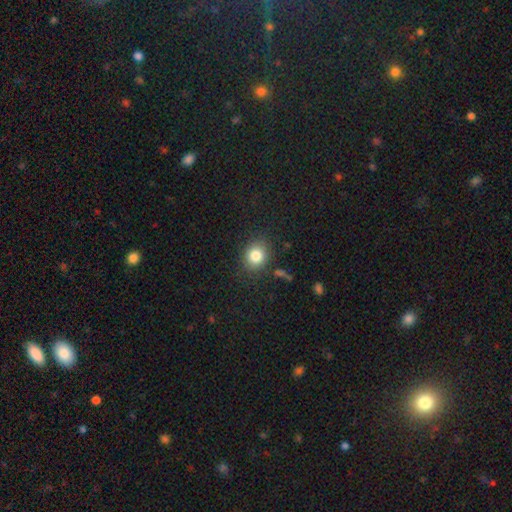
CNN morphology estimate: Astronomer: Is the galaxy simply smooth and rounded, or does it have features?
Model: smooth — 82%.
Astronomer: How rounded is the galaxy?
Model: round — 71%.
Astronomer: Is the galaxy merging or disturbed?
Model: none — 84%.